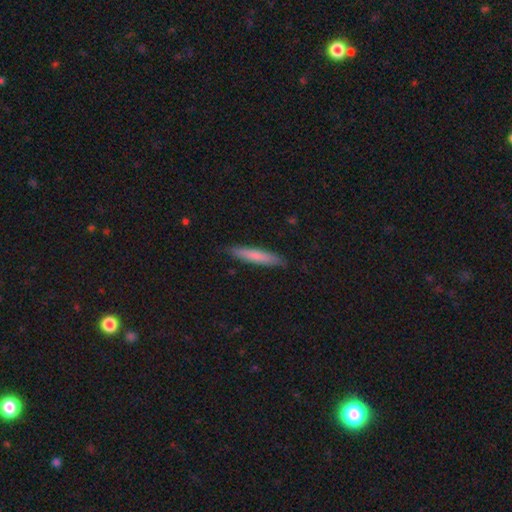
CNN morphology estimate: smooth_or_featured: smooth (p=0.75) [alt: featured or disk p=0.19]
how_rounded: cigar-shaped (p=0.92) [alt: in between p=0.07]
merging: none (p=0.88) [alt: minor disturbance p=0.09]